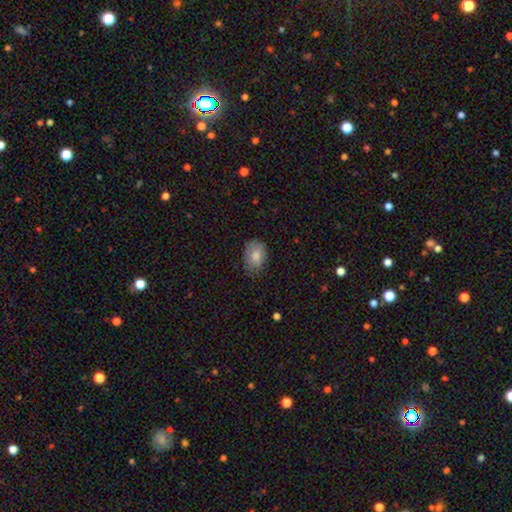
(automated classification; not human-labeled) A smooth galaxy with no disk features (80%) that is in between round and cigar-shaped (84%). Merging: none (67%).